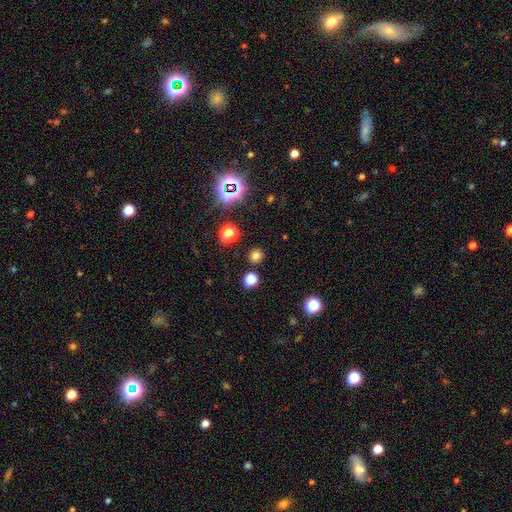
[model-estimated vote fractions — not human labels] This appears to be a smooth galaxy with no disk features (72%) that is round (90%). Merging: none (88%).